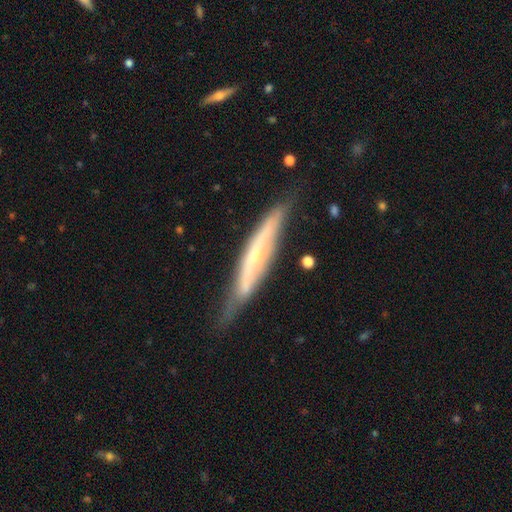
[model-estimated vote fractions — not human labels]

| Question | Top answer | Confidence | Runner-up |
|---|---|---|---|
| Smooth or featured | featured or disk | 67% | smooth (26%) |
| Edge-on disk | yes | 79% | no (21%) |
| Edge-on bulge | rounded | 60% | none (31%) |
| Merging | none | 65% | minor disturbance (26%) |